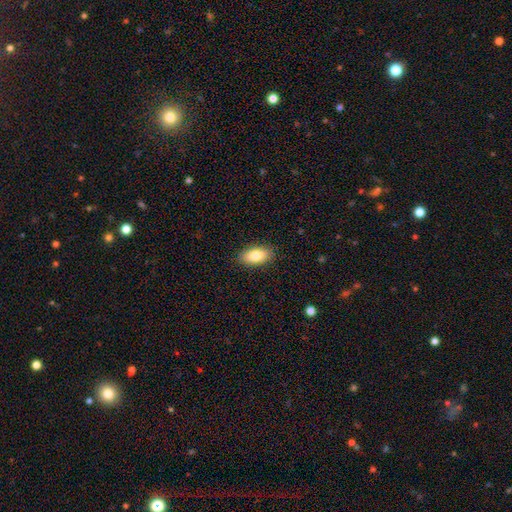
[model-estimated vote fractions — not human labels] Smooth or featured? Predicted: smooth (p=0.82). How rounded? Predicted: in between (p=0.90). Merging? Predicted: none (p=0.88).